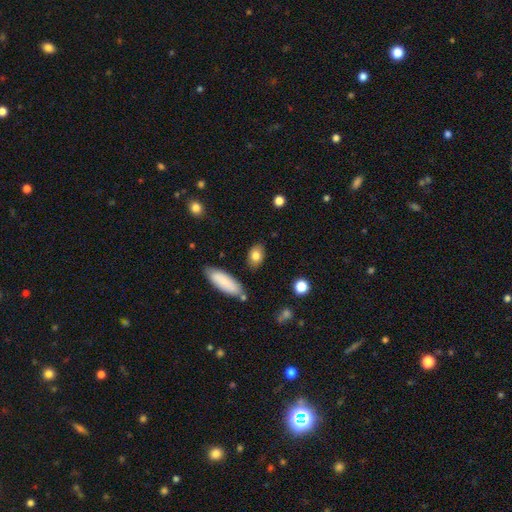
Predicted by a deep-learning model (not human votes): A smooth galaxy with no disk features (81%) that is in between round and cigar-shaped (80%). Merging: none (83%).